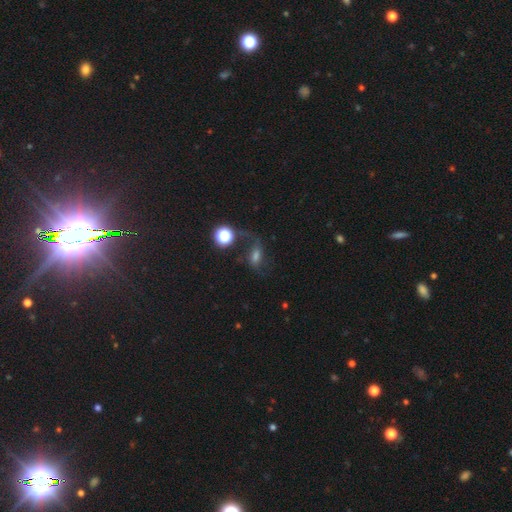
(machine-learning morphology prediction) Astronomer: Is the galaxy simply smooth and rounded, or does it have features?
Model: featured or disk — 48% (runner-up: smooth, 31%).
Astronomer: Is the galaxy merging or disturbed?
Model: none — 46% (runner-up: major disturbance, 27%).